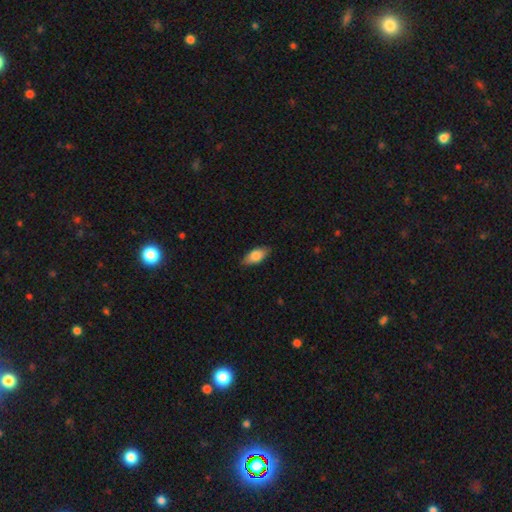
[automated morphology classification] type=smooth (77%); roundness=in between (86%); merging=none (84%).